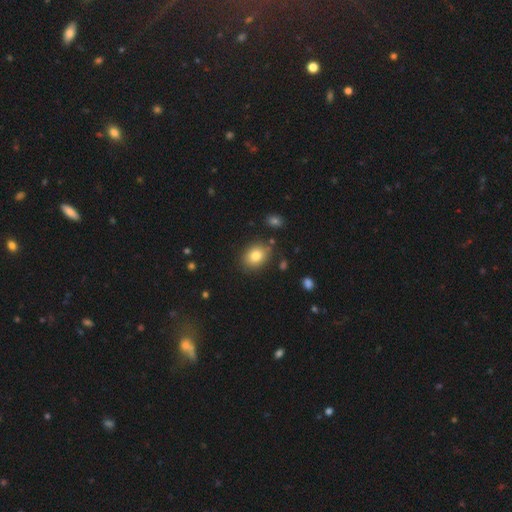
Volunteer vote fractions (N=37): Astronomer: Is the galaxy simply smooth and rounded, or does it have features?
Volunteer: smooth — 86%.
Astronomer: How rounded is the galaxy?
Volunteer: round — 50%, tied with in between at 50%.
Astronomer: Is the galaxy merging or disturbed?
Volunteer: none — 85%.